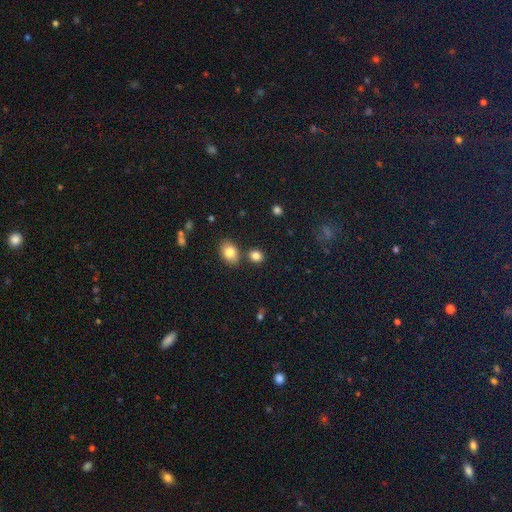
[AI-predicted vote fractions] This appears to be a smooth galaxy with no disk features (83%) that is round (61%). Merging: none (74%).